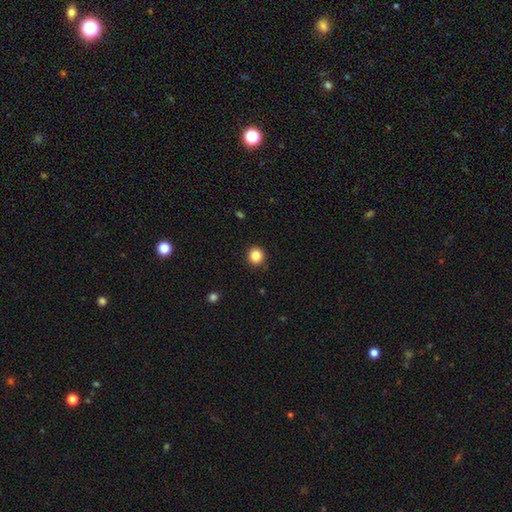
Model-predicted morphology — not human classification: Smooth or featured?
  - smooth: 85% *
  - star or artifact: 11%
  - featured or disk: 5%
How rounded?
  - round: 91% *
  - in between: 8%
  - cigar-shaped: 1%
Merging?
  - none: 90% *
  - minor disturbance: 7%
  - major disturbance: 2%
  - merger: 1%